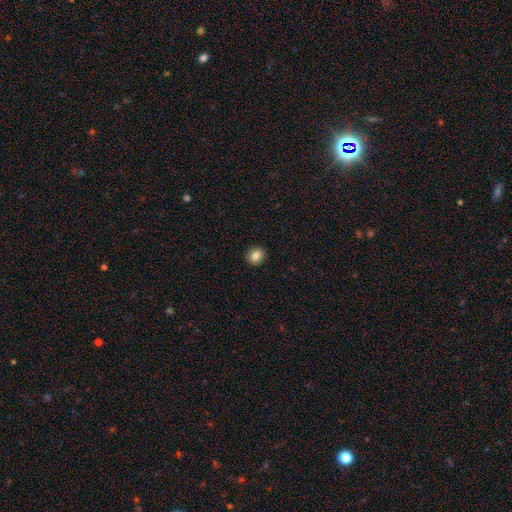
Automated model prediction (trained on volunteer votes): Smooth or featured?
  - smooth: 84% *
  - star or artifact: 10%
  - featured or disk: 6%
How rounded?
  - round: 77% *
  - in between: 22%
  - cigar-shaped: 1%
Merging?
  - none: 91% *
  - minor disturbance: 6%
  - major disturbance: 2%
  - merger: 1%